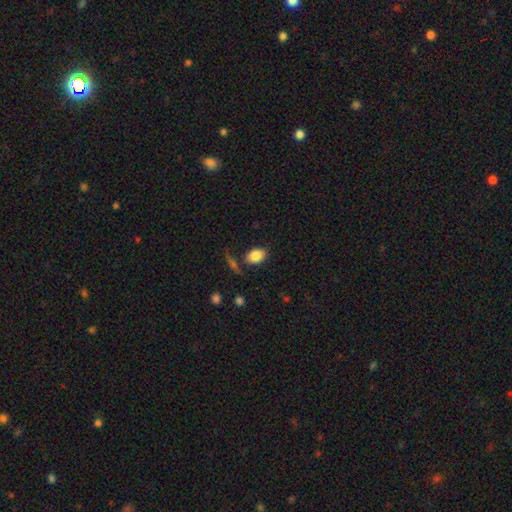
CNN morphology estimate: smooth 85%, star or artifact 8%, featured or disk 8%. Down the decision tree: how rounded — in between (82%); merging — none (76%).